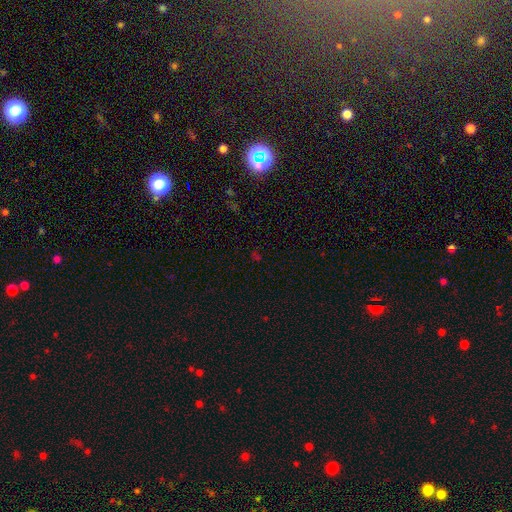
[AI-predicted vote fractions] This is likely a star or artifact rather than a galaxy (63%).